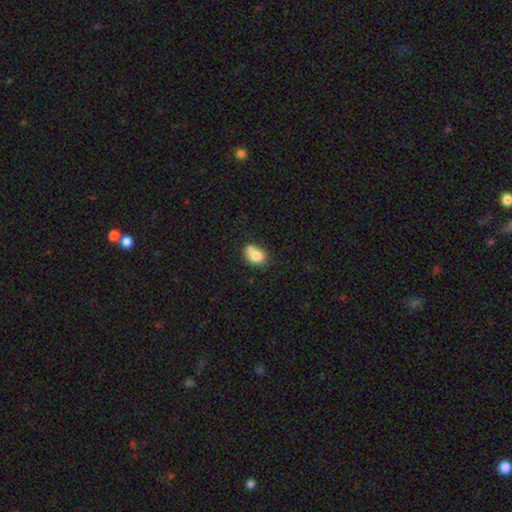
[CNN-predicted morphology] smooth 77%, featured or disk 14%, star or artifact 9%. Down the decision tree: how rounded — round (52%); merging — merger (42%).